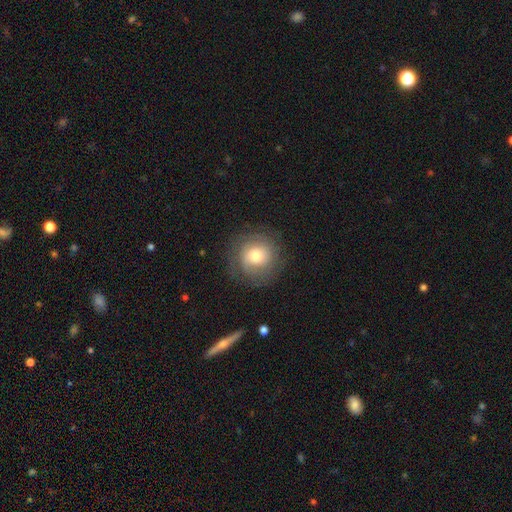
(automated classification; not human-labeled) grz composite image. It shows a smooth galaxy with no disk features (53%) that is round (92%). Merging: none (79%).